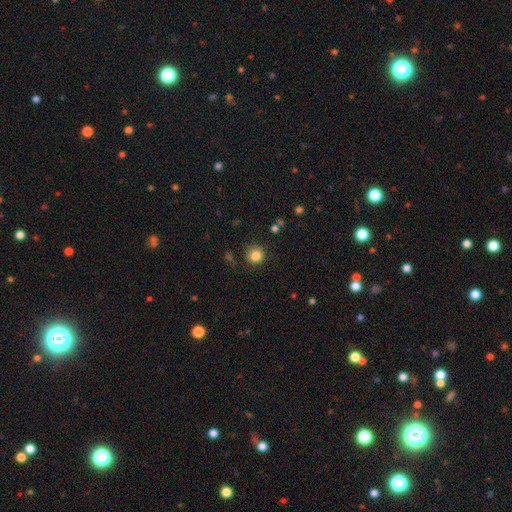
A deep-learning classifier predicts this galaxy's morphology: Smooth or featured? smooth (84%)
How rounded? round (93%)
Merging? none (85%)